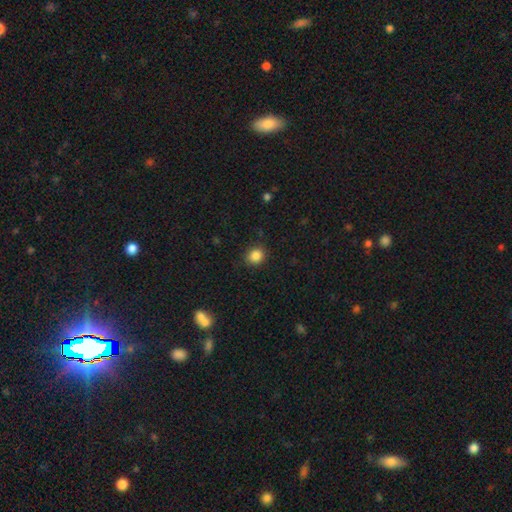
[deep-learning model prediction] A smooth galaxy with no disk features (86%) that is round (75%). Merging: none (88%).